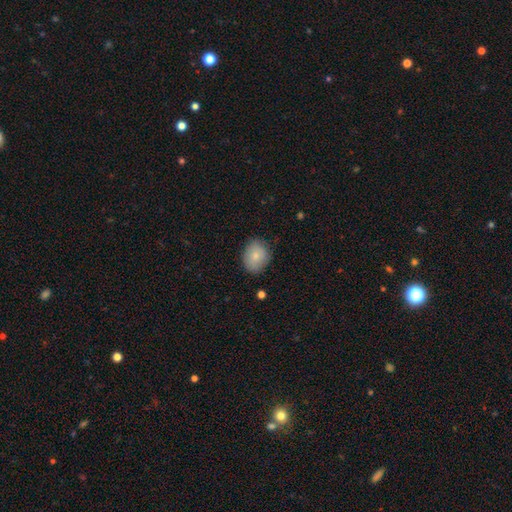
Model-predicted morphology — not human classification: This appears to be a smooth galaxy with no disk features (82%) that is in between round and cigar-shaped (51%). Merging: none (81%).